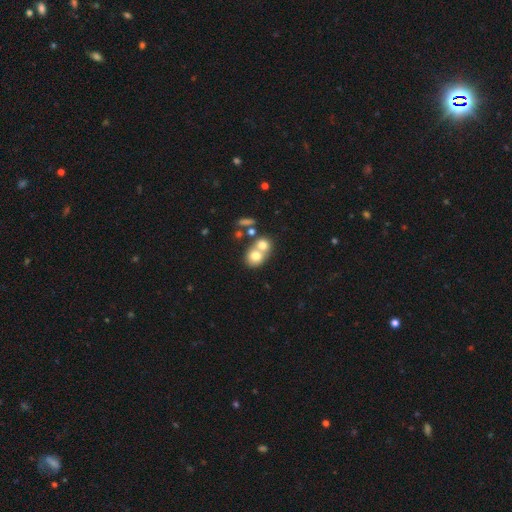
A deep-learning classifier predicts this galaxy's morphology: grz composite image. It shows a smooth galaxy with no disk features (70%) that is round (66%). Merging: merger (64%).